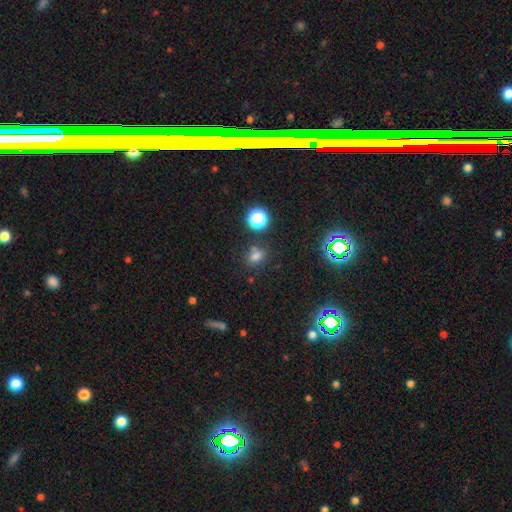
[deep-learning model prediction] Smooth or featured?
  - smooth: 70% *
  - star or artifact: 23%
  - featured or disk: 7%
How rounded?
  - in between: 50% *
  - round: 48%
  - cigar-shaped: 2%
Merging?
  - none: 70% *
  - minor disturbance: 14%
  - merger: 11%
  - major disturbance: 5%